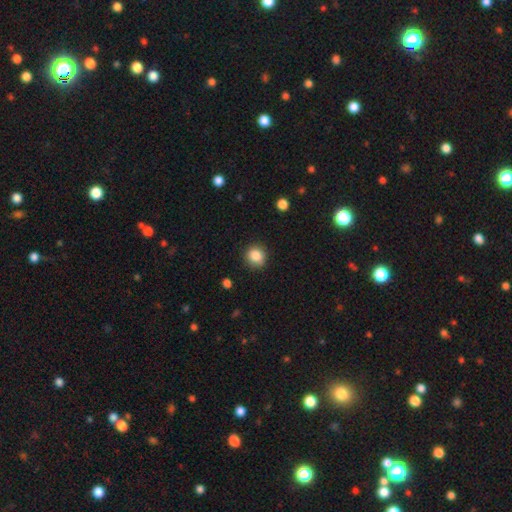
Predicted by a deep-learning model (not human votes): This is clearly a smooth galaxy (86%). How rounded: clearly round (84%). Merging: clearly none (87%).